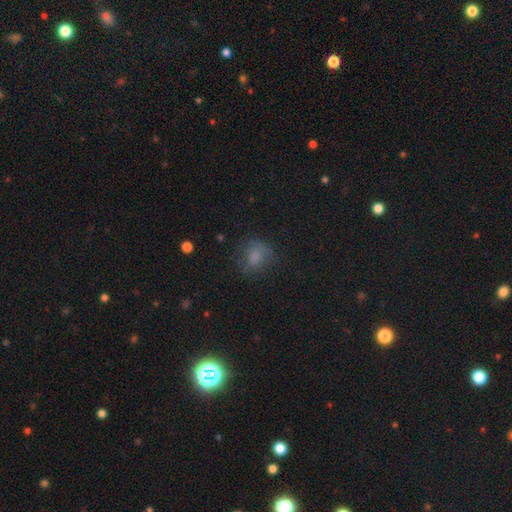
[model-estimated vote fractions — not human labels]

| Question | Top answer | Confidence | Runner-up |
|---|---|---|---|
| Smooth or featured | smooth | 72% | featured or disk (14%) |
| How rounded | round | 67% | in between (31%) |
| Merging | none | 62% | minor disturbance (23%) |